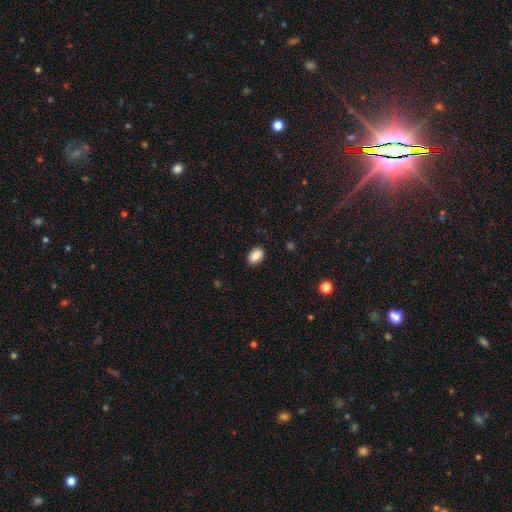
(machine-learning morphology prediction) Smooth or featured?
  - smooth: 86% *
  - star or artifact: 8%
  - featured or disk: 6%
How rounded?
  - in between: 86% *
  - round: 12%
  - cigar-shaped: 1%
Merging?
  - none: 88% *
  - minor disturbance: 9%
  - major disturbance: 2%
  - merger: 1%